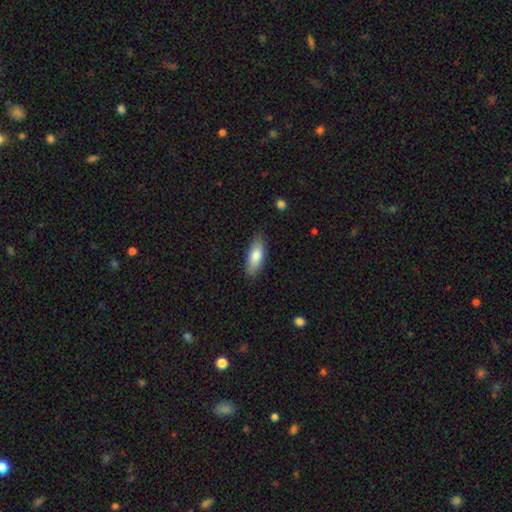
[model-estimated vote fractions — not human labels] Smooth or featured?
  - smooth: 79% *
  - featured or disk: 15%
  - star or artifact: 6%
How rounded?
  - in between: 76% *
  - cigar-shaped: 22%
  - round: 2%
Merging?
  - none: 84% *
  - minor disturbance: 12%
  - major disturbance: 2%
  - merger: 1%